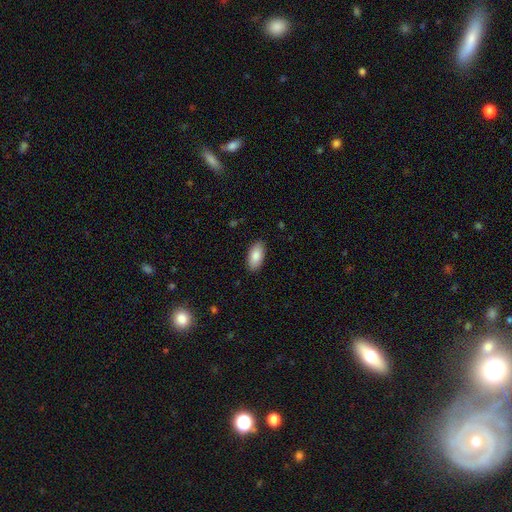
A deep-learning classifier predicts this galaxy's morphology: Smooth or featured? Predicted: smooth (p=0.87). How rounded? Predicted: in between (p=0.93). Merging? Predicted: none (p=0.89).